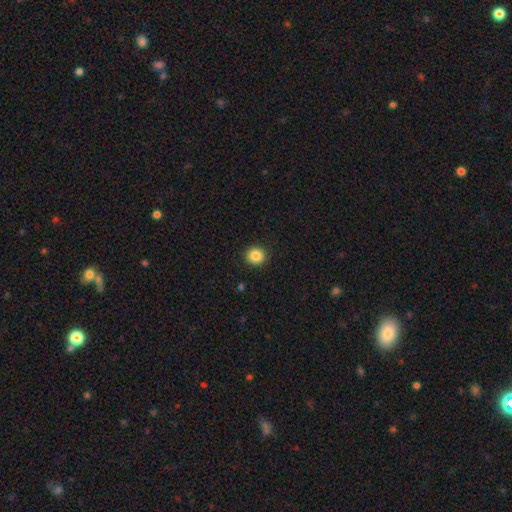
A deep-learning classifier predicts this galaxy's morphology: A smooth galaxy with no disk features (86%) that is round (88%). Merging: none (92%).